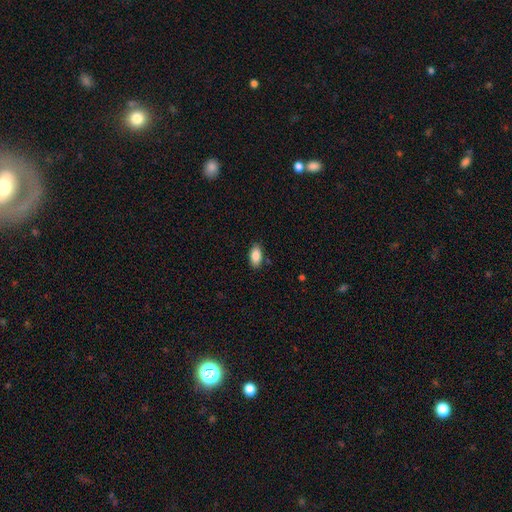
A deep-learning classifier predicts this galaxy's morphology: Smooth or featured? smooth (87%)
How rounded? in between (92%)
Merging? none (85%)